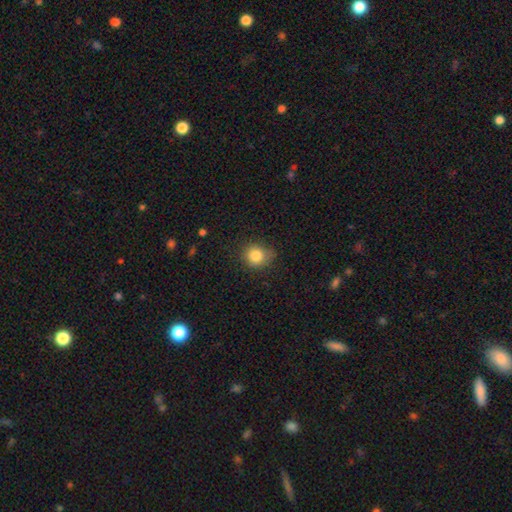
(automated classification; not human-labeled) Smooth or featured? Predicted: smooth (p=0.83). How rounded? Predicted: round (p=0.82). Merging? Predicted: none (p=0.73).